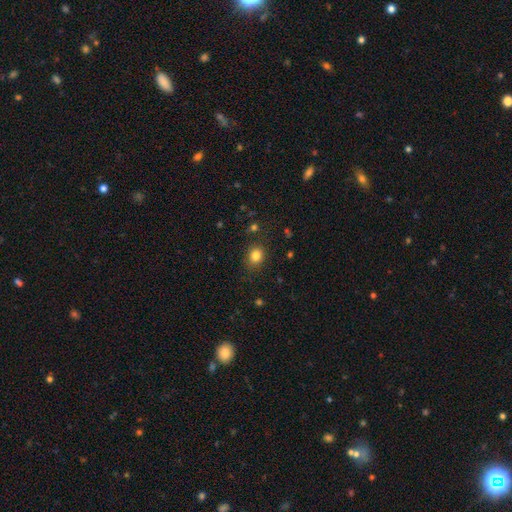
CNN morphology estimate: This is clearly a smooth galaxy (83%). How rounded: likely round (63%). Merging: clearly none (83%).